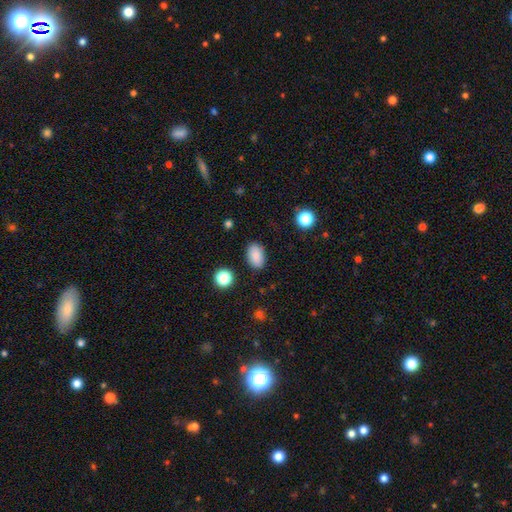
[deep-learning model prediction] Q: Smooth or featured?
A: smooth (88%); runner-up: star or artifact (8%)
Q: How rounded?
A: in between (90%); runner-up: round (8%)
Q: Merging?
A: none (86%); runner-up: minor disturbance (10%)